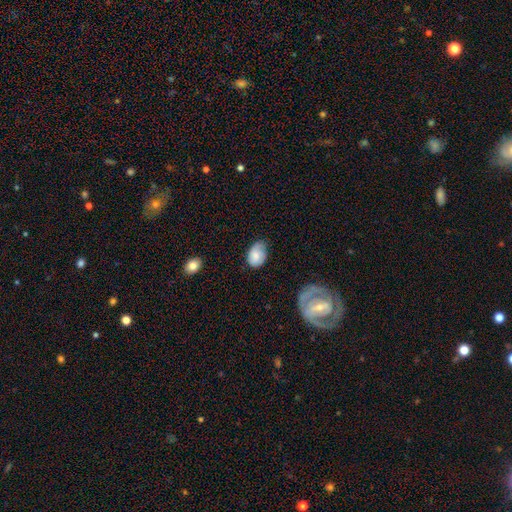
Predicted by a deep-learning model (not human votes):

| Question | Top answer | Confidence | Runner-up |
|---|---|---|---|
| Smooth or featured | smooth | 73% | featured or disk (20%) |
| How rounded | in between | 79% | round (20%) |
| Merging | none | 50% | minor disturbance (38%) |